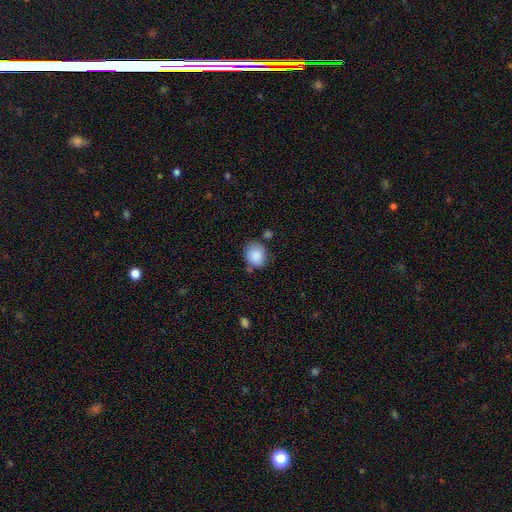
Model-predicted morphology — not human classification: smooth-or-featured: smooth: 88% | star or artifact: 8% | featured or disk: 5%
  how-rounded: round: 64% | in between: 35% | cigar-shaped: 1%
  merging: none: 69% | minor disturbance: 19% | merger: 7% | major disturbance: 5%